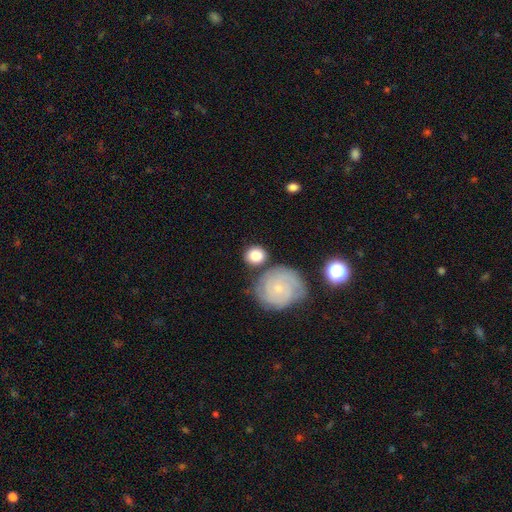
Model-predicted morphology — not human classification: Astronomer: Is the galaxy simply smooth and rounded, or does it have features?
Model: smooth — 70%.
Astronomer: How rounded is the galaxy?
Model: round — 76%.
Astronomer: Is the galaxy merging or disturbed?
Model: none — 70%.